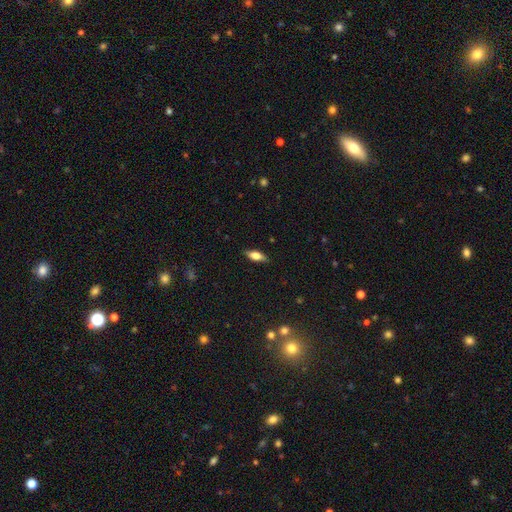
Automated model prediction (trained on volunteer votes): A smooth galaxy with no disk features (62%) that is in between round and cigar-shaped (68%). Merging: none (86%).